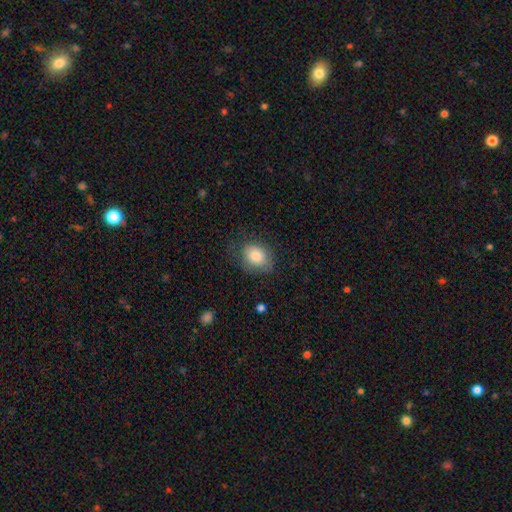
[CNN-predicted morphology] smooth_or_featured: smooth (p=0.82) [alt: featured or disk p=0.10]
how_rounded: in between (p=0.59) [alt: round p=0.40]
merging: none (p=0.68) [alt: minor disturbance p=0.22]